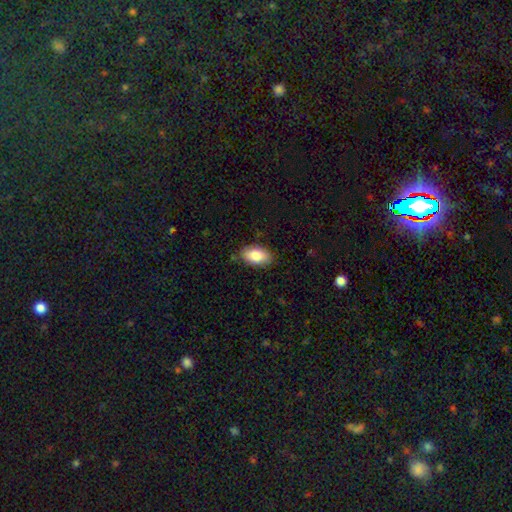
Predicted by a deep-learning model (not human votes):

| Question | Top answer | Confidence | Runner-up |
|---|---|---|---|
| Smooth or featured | smooth | 83% | featured or disk (10%) |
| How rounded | in between | 93% | round (5%) |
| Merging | none | 83% | minor disturbance (13%) |